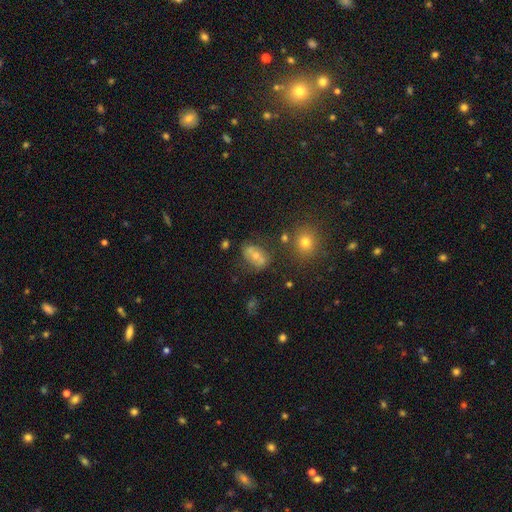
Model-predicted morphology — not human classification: Smooth or featured? smooth (53%)
How rounded? in between (78%)
Merging? none (60%)